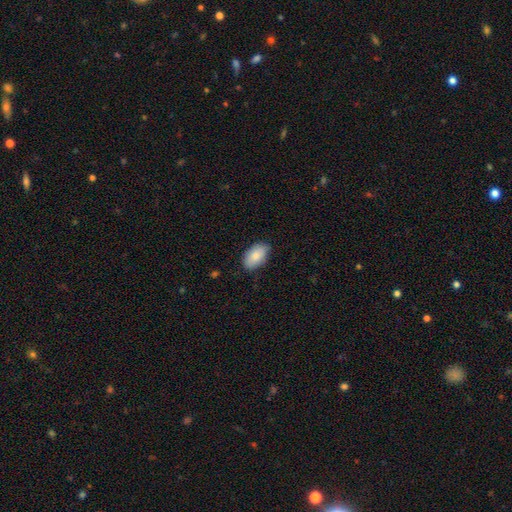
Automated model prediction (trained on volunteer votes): A smooth galaxy with no disk features (85%) that is in between round and cigar-shaped (94%). Merging: none (83%).